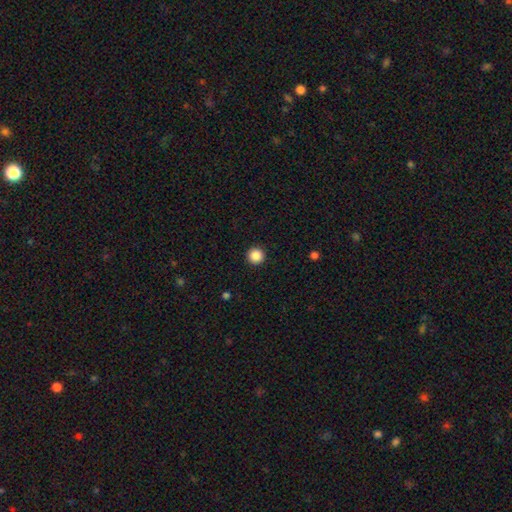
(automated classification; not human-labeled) The model was most divided on "smooth or featured": smooth: 88%, star or artifact: 10%, featured or disk: 3%. More confident: how rounded — round (96%); merging — none (94%).